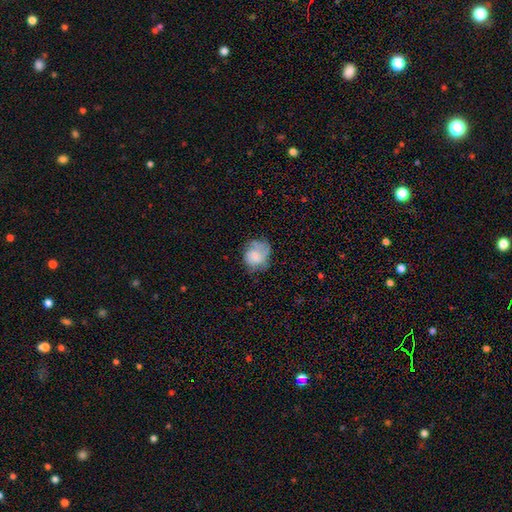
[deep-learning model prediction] Smooth or featured? smooth (61%)
How rounded? round (64%)
Merging? none (50%)